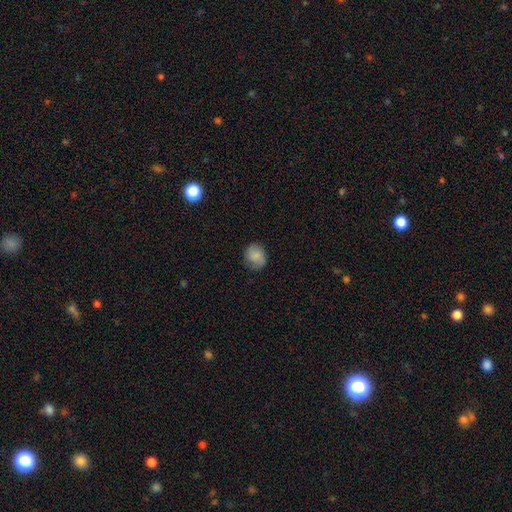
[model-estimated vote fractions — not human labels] This appears to be a smooth galaxy with no disk features (84%) that is round (66%). Merging: none (80%).